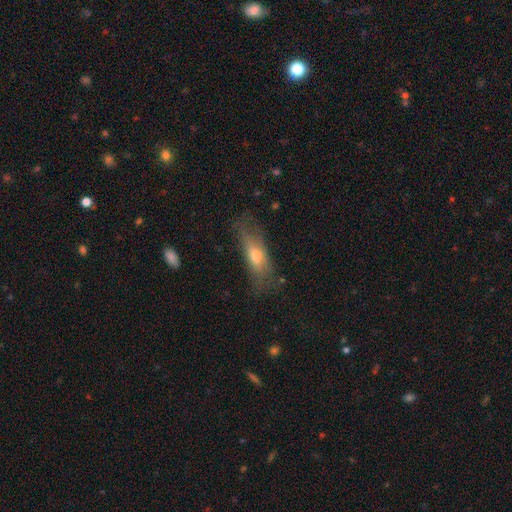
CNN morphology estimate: Smooth or featured?
  - smooth: 58% *
  - featured or disk: 34%
  - star or artifact: 9%
How rounded?
  - in between: 55% *
  - cigar-shaped: 41%
  - round: 4%
Merging?
  - none: 62% *
  - minor disturbance: 24%
  - major disturbance: 13%
  - merger: 2%